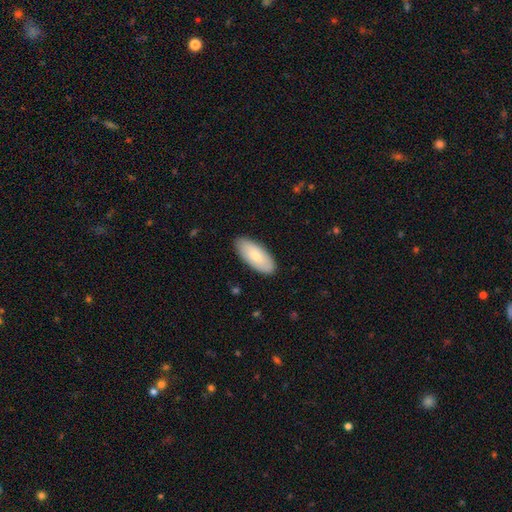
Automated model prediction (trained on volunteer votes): Smooth or featured?
  - smooth: 79% *
  - featured or disk: 16%
  - star or artifact: 5%
How rounded?
  - in between: 87% *
  - cigar-shaped: 11%
  - round: 2%
Merging?
  - none: 87% *
  - minor disturbance: 10%
  - major disturbance: 2%
  - merger: 1%